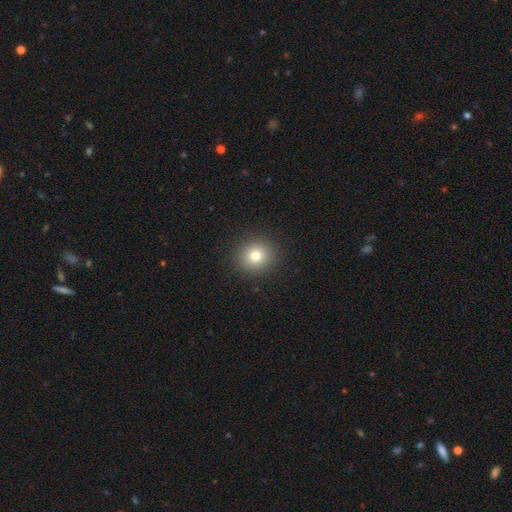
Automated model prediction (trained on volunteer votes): This appears to be a smooth galaxy with no disk features (78%) that is round (89%). Merging: none (91%).